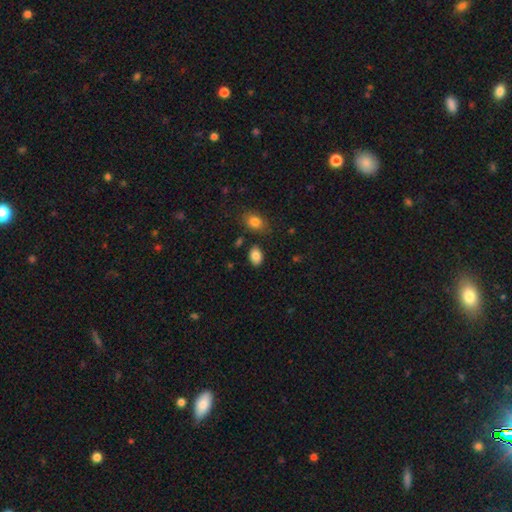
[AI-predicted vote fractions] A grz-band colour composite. It shows a smooth galaxy with no disk features (86%) that is in between round and cigar-shaped (81%). Merging: none (82%).